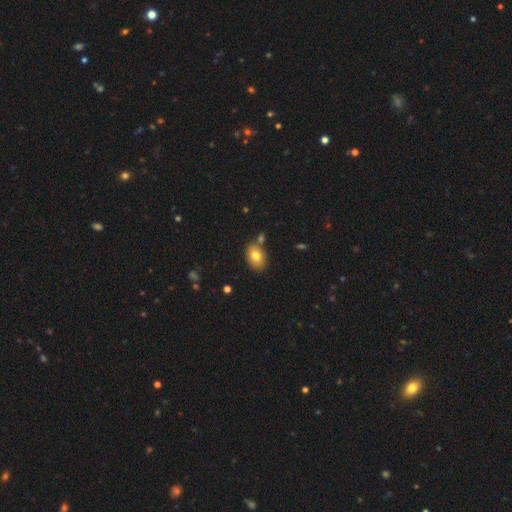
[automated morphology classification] A smooth galaxy with no disk features (77%) that is in between round and cigar-shaped (83%). Merging: none (74%).